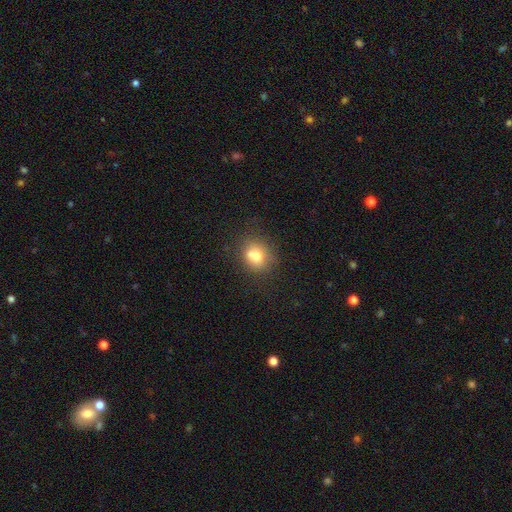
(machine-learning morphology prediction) This is likely a smooth galaxy (72%). How rounded: likely round (72%). Merging: possibly none (57%).